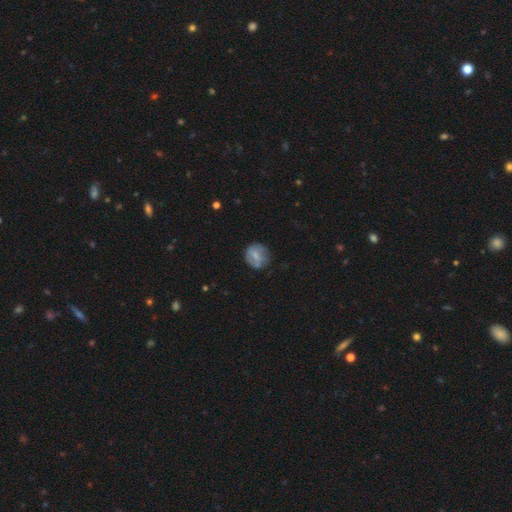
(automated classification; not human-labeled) Morphology: type=smooth (59%); roundness=round (80%); merging=none (67%).